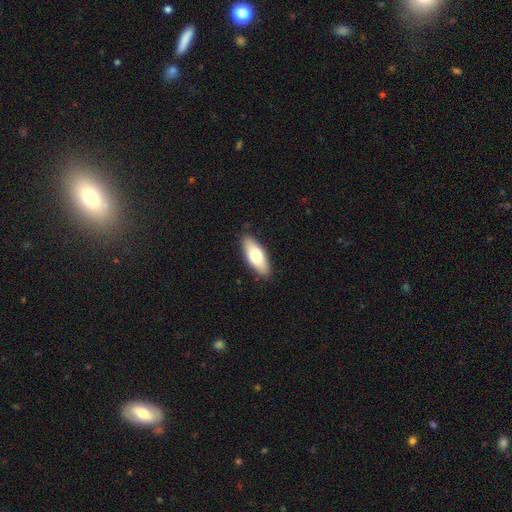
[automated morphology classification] A smooth galaxy with no disk features (72%) that is in between round and cigar-shaped (75%).

Vote fractions:
- Smooth or featured? smooth: 72% / featured or disk: 22% / star or artifact: 6%
- How rounded? in between: 75% / cigar-shaped: 23% / round: 2%
- Merging? none: 87% / minor disturbance: 10% / major disturbance: 2% / merger: 1%